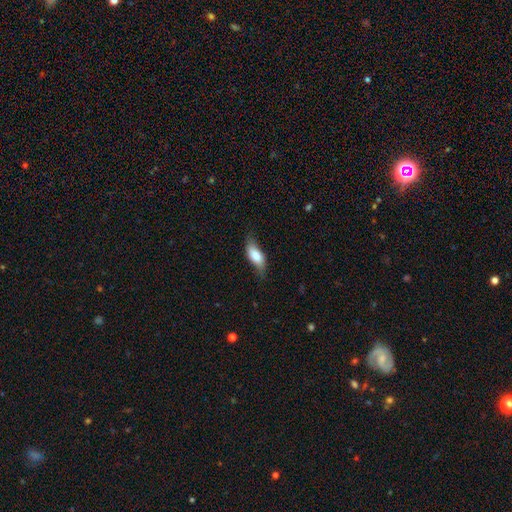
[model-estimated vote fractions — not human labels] Smooth or featured?
  - smooth: 71% *
  - featured or disk: 23%
  - star or artifact: 6%
How rounded?
  - in between: 78% *
  - cigar-shaped: 19%
  - round: 3%
Merging?
  - none: 63% *
  - minor disturbance: 28%
  - major disturbance: 8%
  - merger: 1%